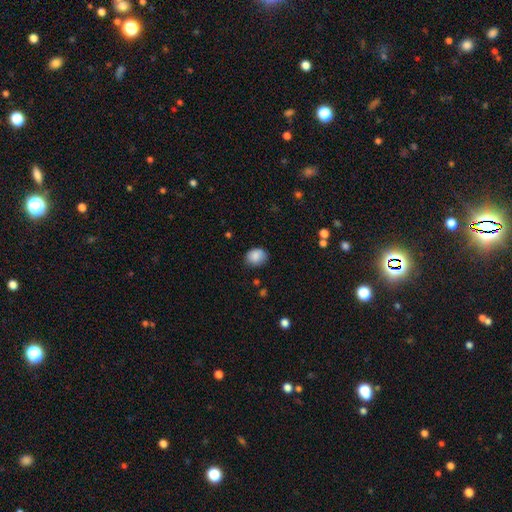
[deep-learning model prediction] Q: Smooth or featured?
A: smooth (87%); runner-up: star or artifact (8%)
Q: How rounded?
A: round (54%); runner-up: in between (45%)
Q: Merging?
A: none (78%); runner-up: minor disturbance (18%)